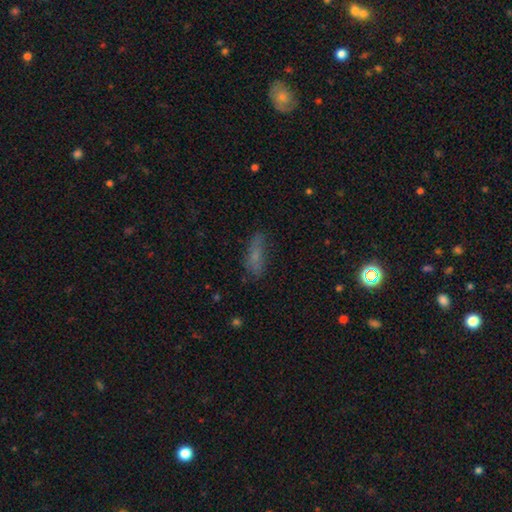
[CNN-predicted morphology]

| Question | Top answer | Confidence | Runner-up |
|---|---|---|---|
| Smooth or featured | smooth | 66% | featured or disk (19%) |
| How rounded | in between | 55% | cigar-shaped (42%) |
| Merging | none | 62% | minor disturbance (24%) |